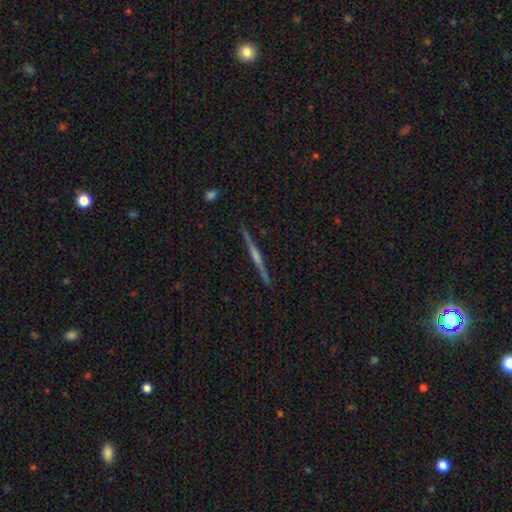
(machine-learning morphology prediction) Smooth or featured? featured or disk (71%)
Edge-on disk? yes (96%)
Edge-on bulge? rounded (79%)
Merging? none (89%)